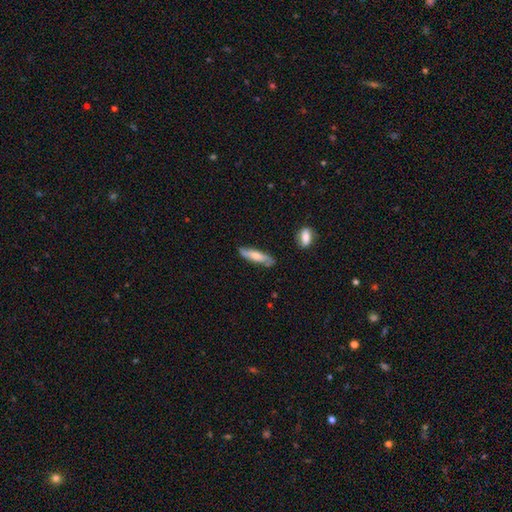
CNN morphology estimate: This is possibly a smooth galaxy (58%). How rounded: likely cigar-shaped (73%). Merging: likely none (77%).